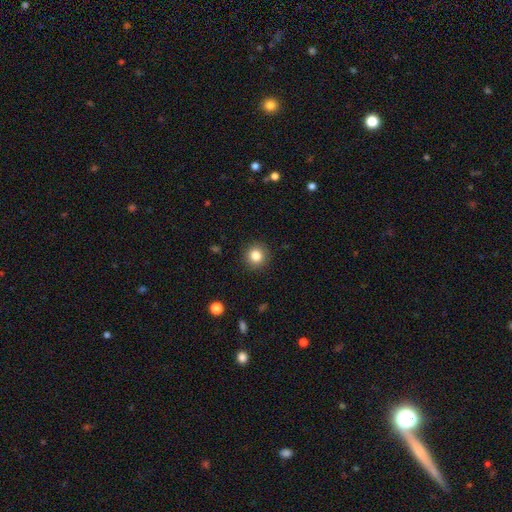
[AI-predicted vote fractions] smooth_or_featured: smooth (p=0.84) [alt: star or artifact p=0.11]
how_rounded: round (p=0.93) [alt: in between p=0.06]
merging: none (p=0.91) [alt: minor disturbance p=0.06]